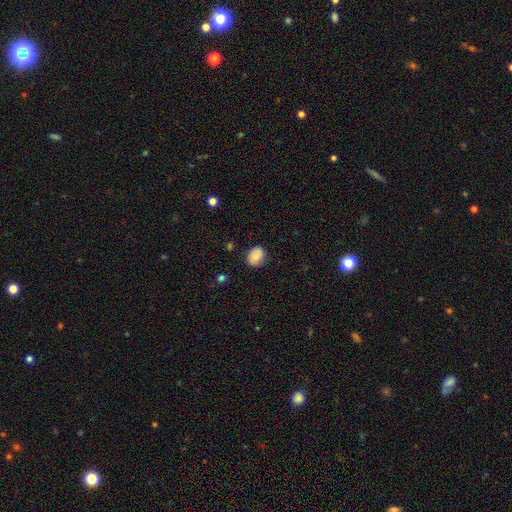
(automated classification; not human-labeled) Smooth or featured? smooth (81%)
How rounded? in between (52%)
Merging? none (83%)